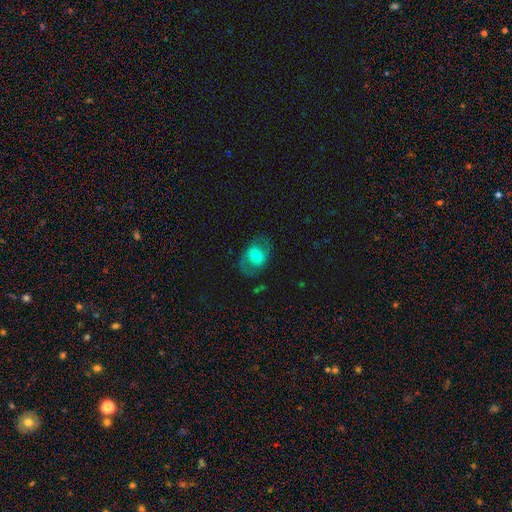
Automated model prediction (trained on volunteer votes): Smooth or featured? featured or disk (49%)
Merging? none (71%)